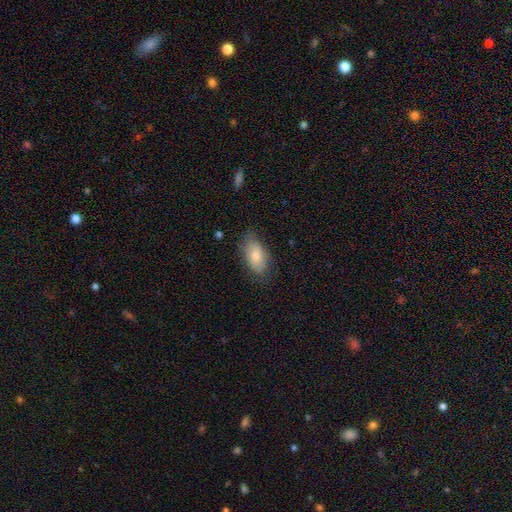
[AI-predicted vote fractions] smooth_or_featured: smooth (p=0.78) [alt: featured or disk p=0.16]
how_rounded: in between (p=0.92) [alt: round p=0.04]
merging: none (p=0.71) [alt: minor disturbance p=0.22]